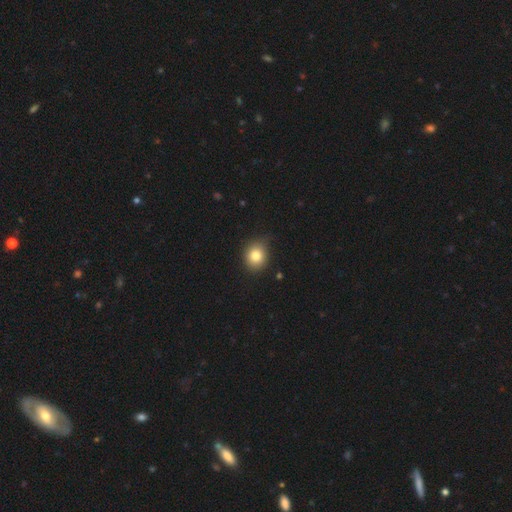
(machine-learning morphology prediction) smooth 82%, star or artifact 10%, featured or disk 8%. Down the decision tree: how rounded — round (72%); merging — none (74%).